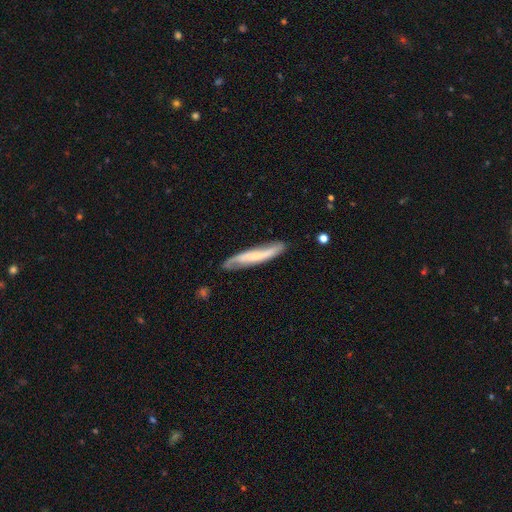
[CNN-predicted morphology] This appears to be a featured or disk galaxy (59%). Merging: none (74%).